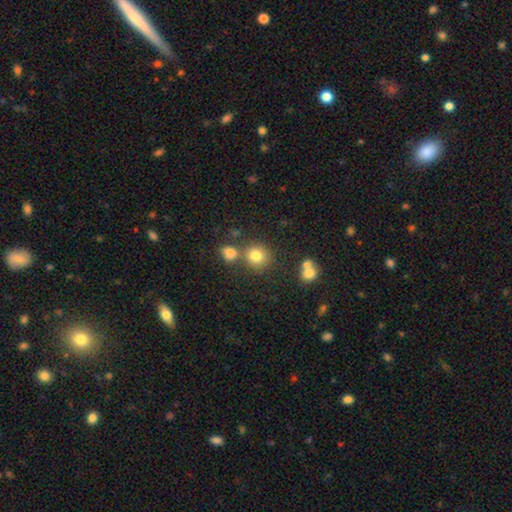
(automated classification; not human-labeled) Q: Smooth or featured?
A: smooth (79%); runner-up: star or artifact (13%)
Q: How rounded?
A: round (88%); runner-up: in between (11%)
Q: Merging?
A: none (68%); runner-up: merger (18%)